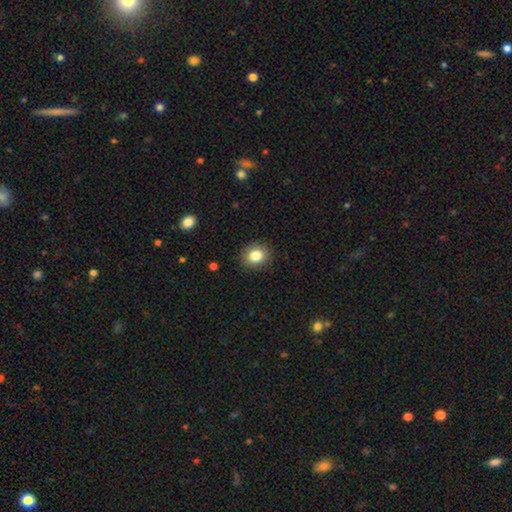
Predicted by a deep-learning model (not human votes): smooth_or_featured: smooth (p=0.83) [alt: star or artifact p=0.10]
how_rounded: round (p=0.69) [alt: in between p=0.30]
merging: none (p=0.88) [alt: minor disturbance p=0.08]